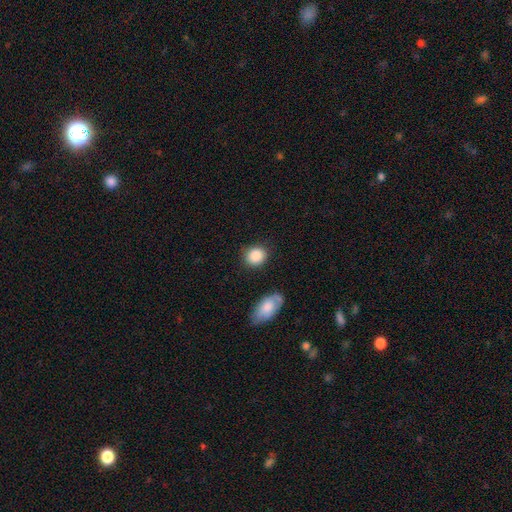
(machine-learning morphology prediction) This is clearly a smooth galaxy (87%). How rounded: likely round (71%). Merging: clearly none (80%).